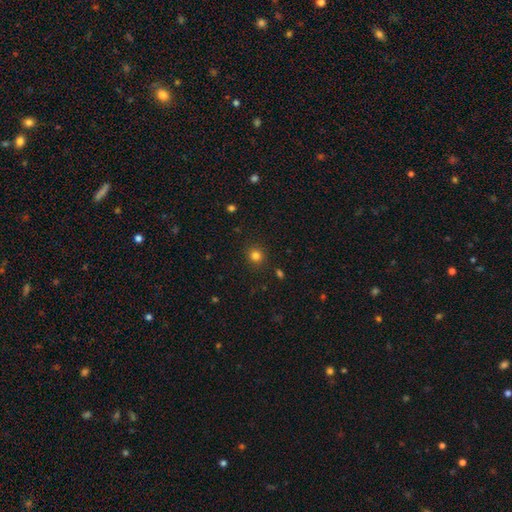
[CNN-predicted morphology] Overall: smooth (81%). How rounded: round (91%). Merging: none (90%).